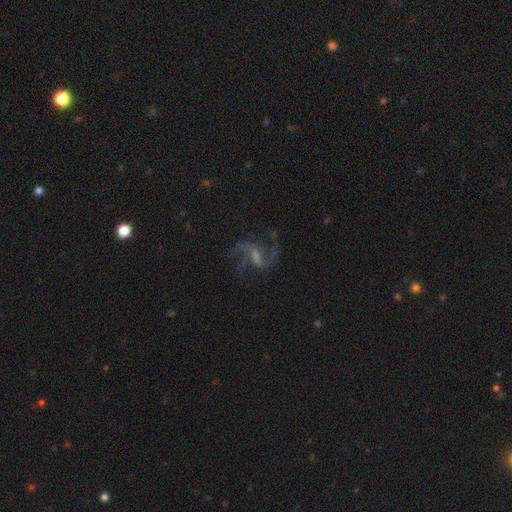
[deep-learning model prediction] Smooth or featured?
  - featured or disk: 83% *
  - star or artifact: 10%
  - smooth: 7%
Edge-on disk?
  - no: 96% *
  - yes: 4%
Bar?
  - weak: 52% *
  - strong: 26%
  - no: 21%
Spiral arms?
  - yes: 95% *
  - no: 5%
Spiral winding?
  - loose: 60% *
  - medium: 34%
  - tight: 6%
Spiral arm count?
  - 2: 72% *
  - 3: 11%
  - can't tell: 7%
  - 1: 4%
  - 4: 3%
  - more than 4: 3%
Bulge size?
  - small: 40% *
  - moderate: 30%
  - none: 24%
  - large: 5%
  - dominant: 1%
Merging?
  - none: 67% *
  - major disturbance: 16%
  - minor disturbance: 15%
  - merger: 2%